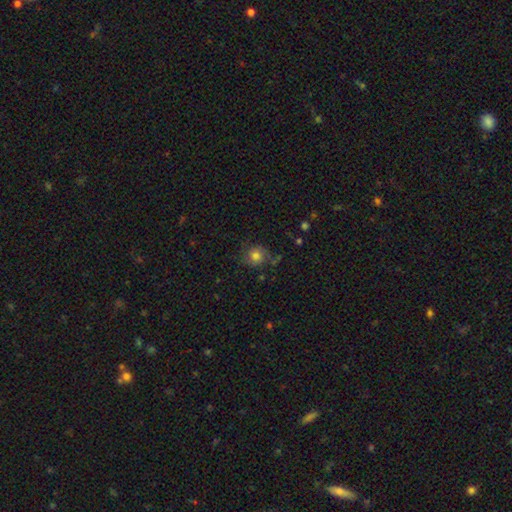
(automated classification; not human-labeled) Morphology: type=smooth (75%); roundness=round (84%); merging=none (69%).